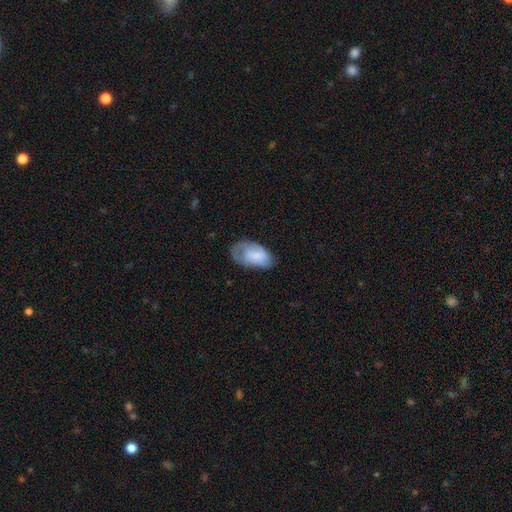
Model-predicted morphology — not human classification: This appears to be a smooth galaxy with no disk features (68%) that is in between round and cigar-shaped (93%). Merging: none (39%).